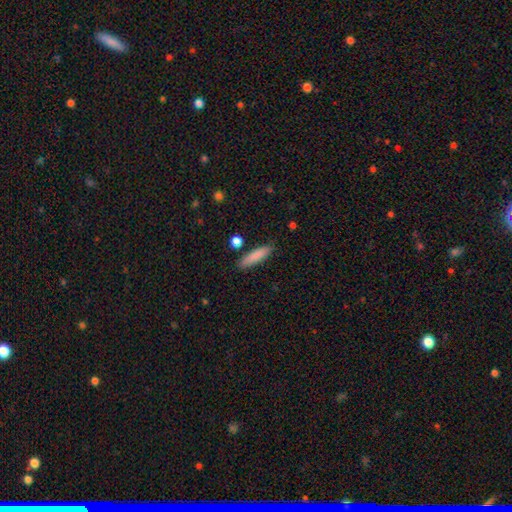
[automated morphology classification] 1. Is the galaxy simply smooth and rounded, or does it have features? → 83% smooth, 10% featured or disk, 6% star or artifact.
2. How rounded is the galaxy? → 80% cigar-shaped, 19% in between, 2% round.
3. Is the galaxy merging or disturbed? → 85% none, 10% minor disturbance, 3% merger, 2% major disturbance.